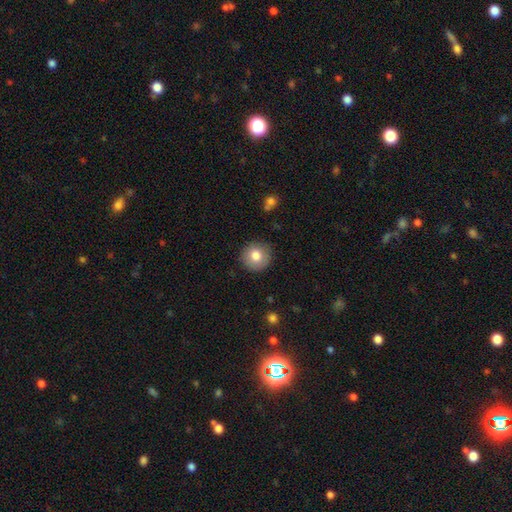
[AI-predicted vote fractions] Smooth or featured?
  - smooth: 80% *
  - featured or disk: 11%
  - star or artifact: 9%
How rounded?
  - round: 93% *
  - in between: 6%
  - cigar-shaped: 1%
Merging?
  - none: 88% *
  - minor disturbance: 9%
  - major disturbance: 2%
  - merger: 1%